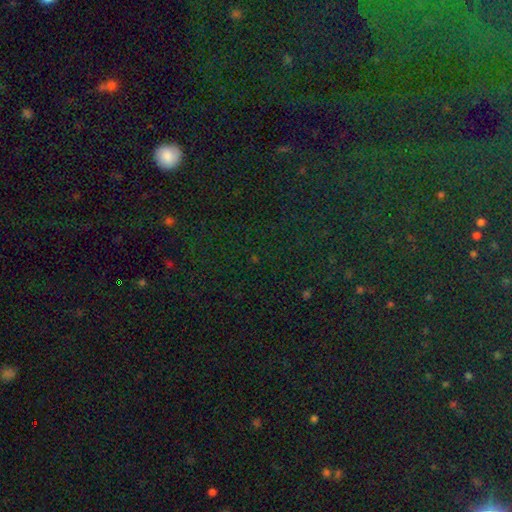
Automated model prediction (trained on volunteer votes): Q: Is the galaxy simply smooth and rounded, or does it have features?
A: star or artifact — 78%.